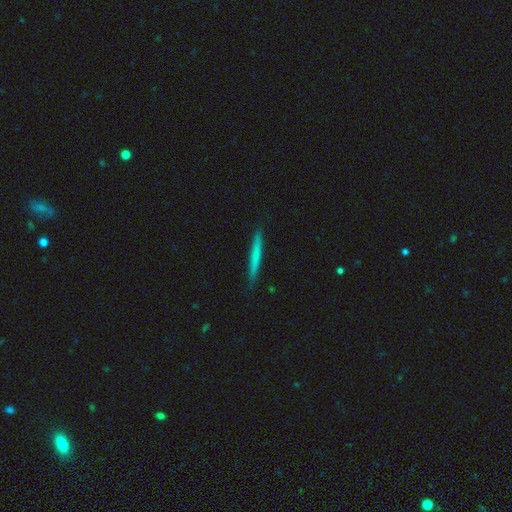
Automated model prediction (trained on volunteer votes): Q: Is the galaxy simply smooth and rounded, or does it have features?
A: smooth — 62%.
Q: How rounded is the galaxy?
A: cigar-shaped — 97%.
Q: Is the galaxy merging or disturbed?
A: none — 90%.